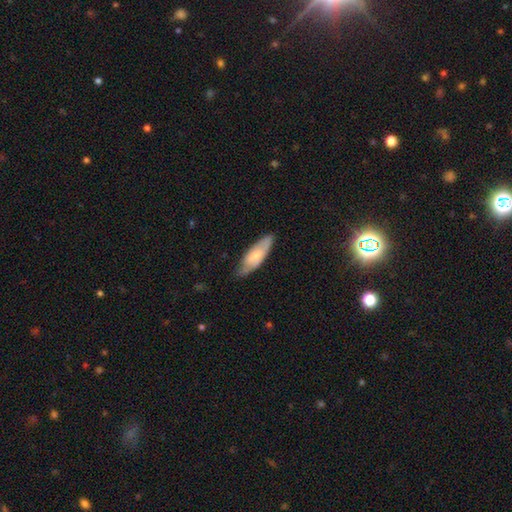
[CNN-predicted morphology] smooth 58%, featured or disk 37%, star or artifact 5%. Down the decision tree: how rounded — in between (64%); merging — none (69%).